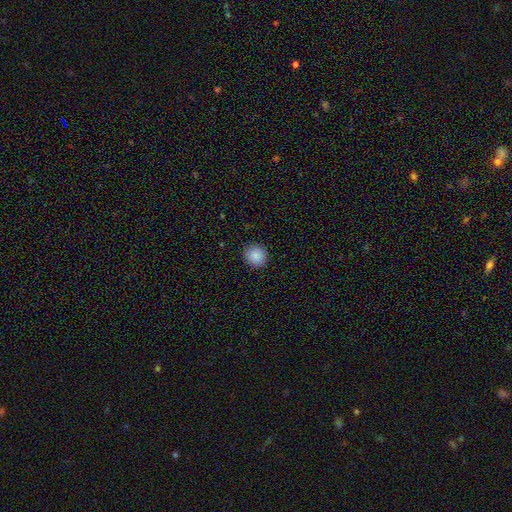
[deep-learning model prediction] A smooth galaxy with no disk features (88%) that is round (88%). Merging: none (90%).